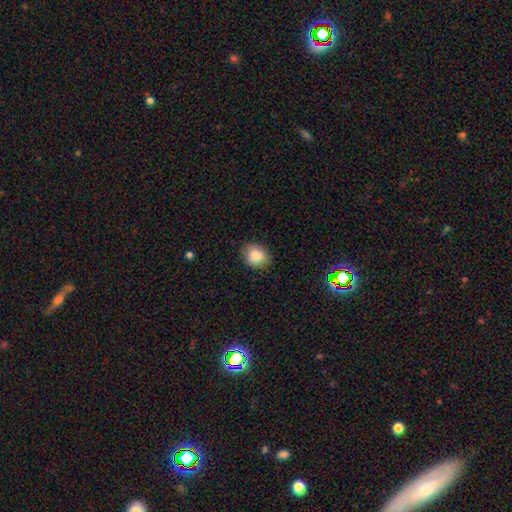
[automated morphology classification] Smooth or featured? smooth (84%)
How rounded? round (57%)
Merging? none (80%)